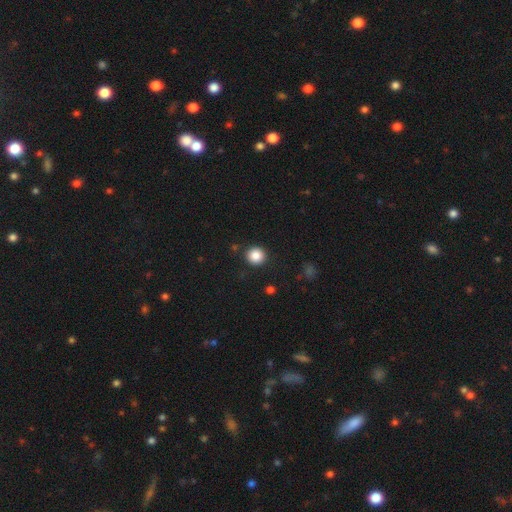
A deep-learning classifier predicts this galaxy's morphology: smooth_or_featured: smooth (p=0.86) [alt: star or artifact p=0.10]
how_rounded: round (p=0.94) [alt: in between p=0.05]
merging: none (p=0.91) [alt: minor disturbance p=0.06]